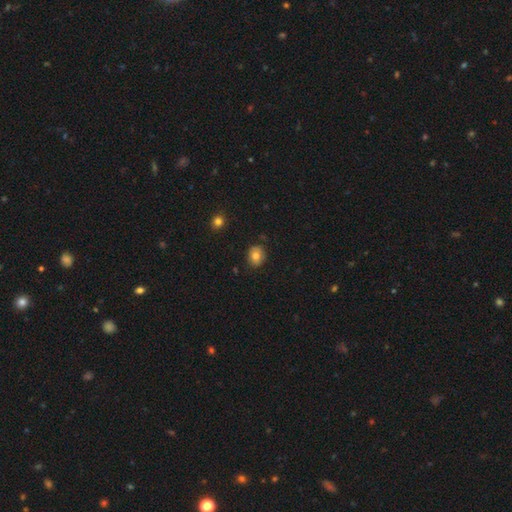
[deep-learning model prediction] Q: Smooth or featured?
A: smooth (80%); runner-up: featured or disk (10%)
Q: How rounded?
A: round (65%); runner-up: in between (34%)
Q: Merging?
A: none (84%); runner-up: minor disturbance (12%)